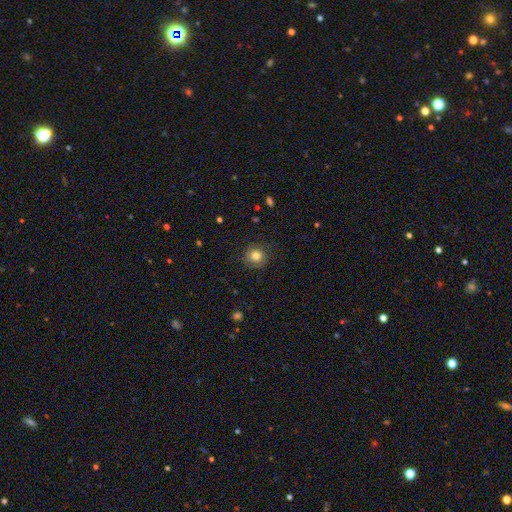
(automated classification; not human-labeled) A smooth galaxy with no disk features (81%) that is round (89%).

Vote fractions:
- Smooth or featured? smooth: 81% / star or artifact: 11% / featured or disk: 8%
- How rounded? round: 89% / in between: 10% / cigar-shaped: 1%
- Merging? none: 85% / minor disturbance: 11% / major disturbance: 3% / merger: 1%